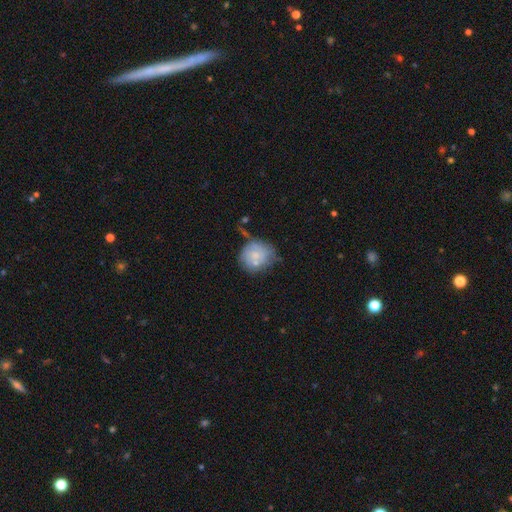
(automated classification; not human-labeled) Smooth or featured? Predicted: smooth (p=0.56). How rounded? Predicted: round (p=0.78). Merging? Predicted: none (p=0.41).